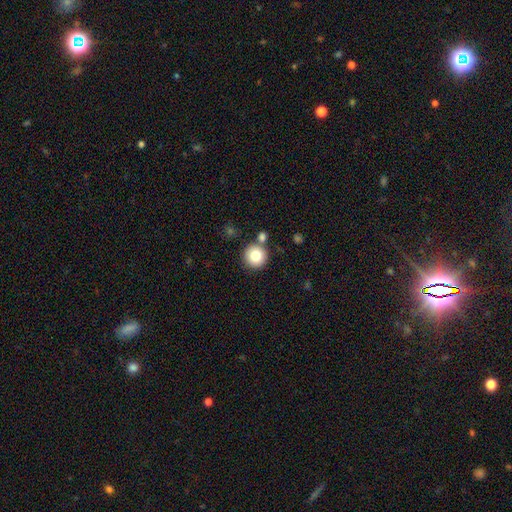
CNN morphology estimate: A smooth galaxy with no disk features (81%) that is round (95%). Merging: none (78%).